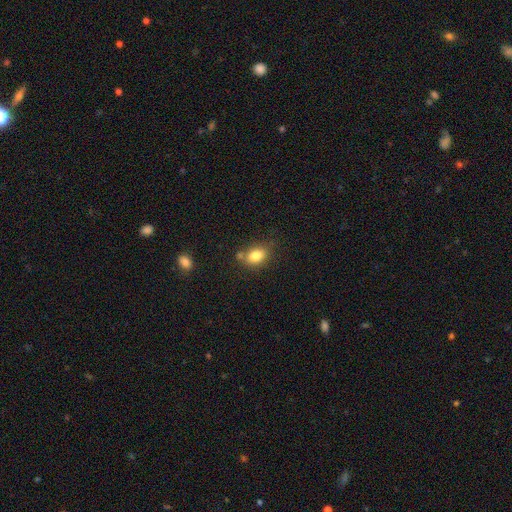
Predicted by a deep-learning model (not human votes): A smooth galaxy with no disk features (82%) that is in between round and cigar-shaped (74%). Merging: none (63%).